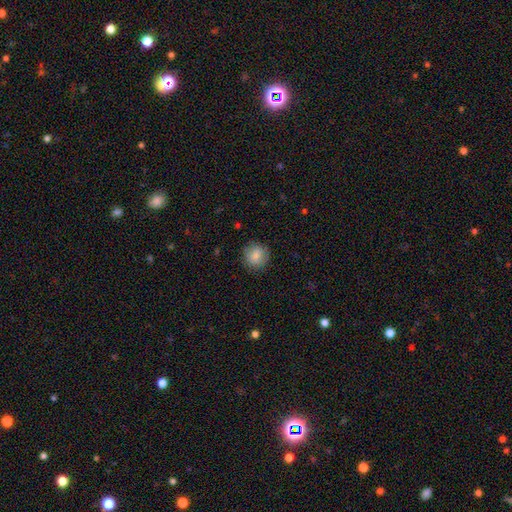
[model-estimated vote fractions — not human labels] Smooth or featured? Predicted: smooth (p=0.83). How rounded? Predicted: round (p=0.89). Merging? Predicted: none (p=0.85).